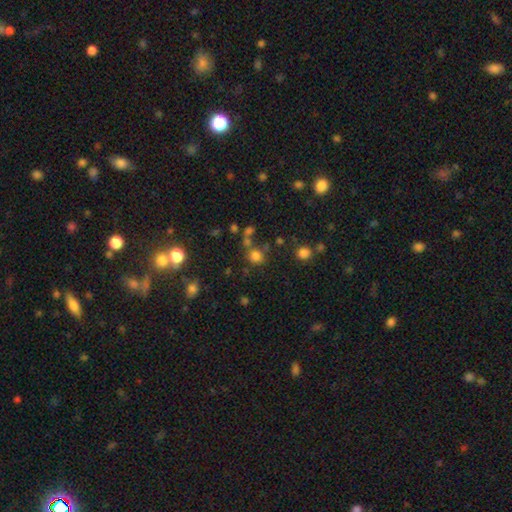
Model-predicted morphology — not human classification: Q: Smooth or featured?
A: smooth (74%); runner-up: star or artifact (19%)
Q: How rounded?
A: round (84%); runner-up: in between (14%)
Q: Merging?
A: none (63%); runner-up: merger (20%)